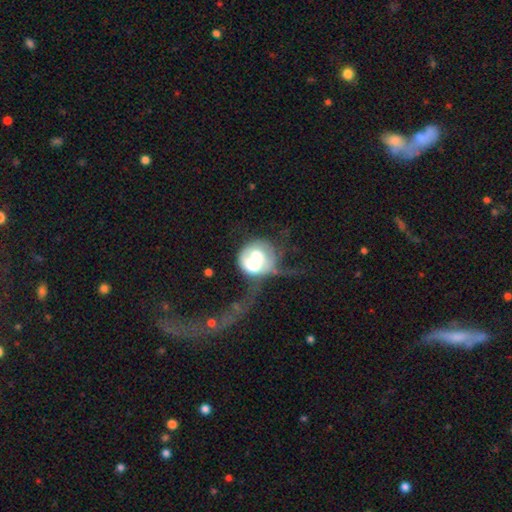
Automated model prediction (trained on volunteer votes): Q: Smooth or featured?
A: smooth (47%); runner-up: featured or disk (45%)
Q: Merging?
A: merger (56%); runner-up: major disturbance (25%)